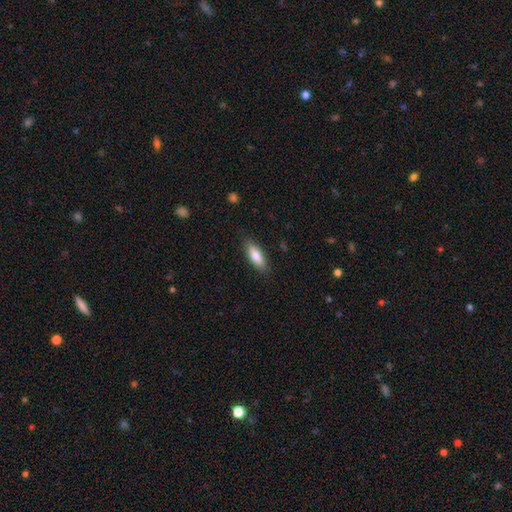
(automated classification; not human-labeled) This is likely a smooth galaxy (78%). How rounded: likely in between (62%). Merging: clearly none (85%).